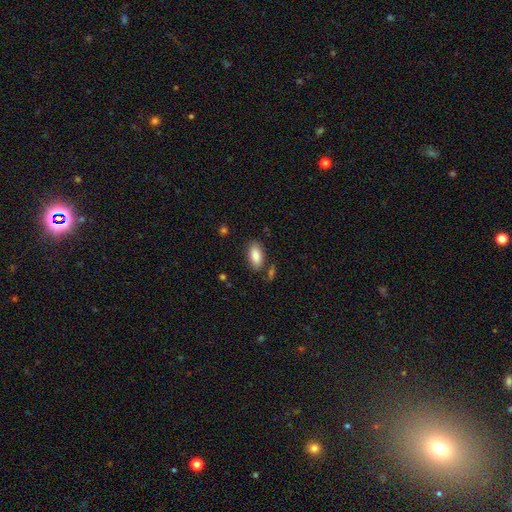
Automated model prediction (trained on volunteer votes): Overall: smooth (86%). How rounded: in between (92%). Merging: none (77%).